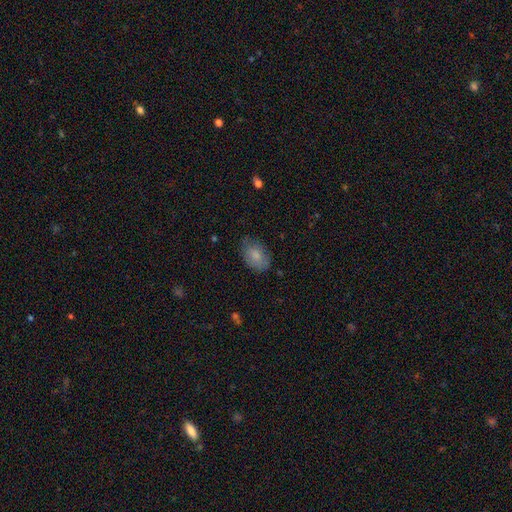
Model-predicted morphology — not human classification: type=smooth (80%); roundness=in between (86%); merging=none (71%).